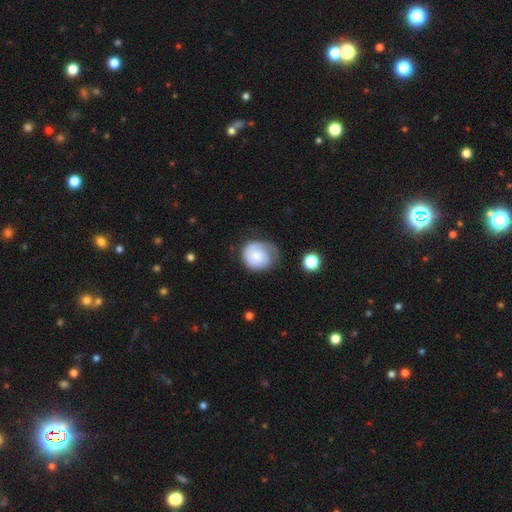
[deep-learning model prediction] Smooth or featured: featured or disk — 49% (smooth — 44%)
Merging: none — 51% (minor disturbance — 31%)